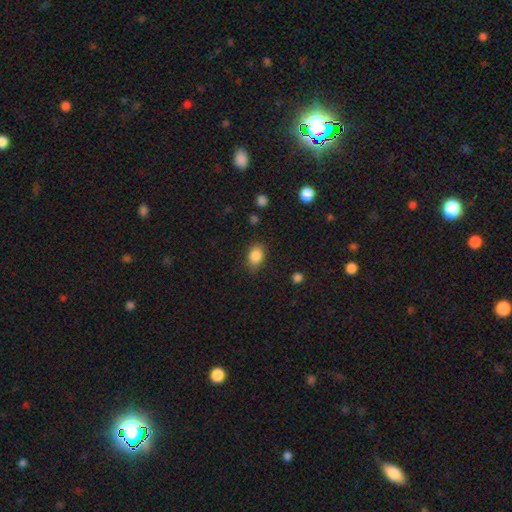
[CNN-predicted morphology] smooth_or_featured: smooth (p=0.85) [alt: star or artifact p=0.09]
how_rounded: in between (p=0.75) [alt: round p=0.24]
merging: none (p=0.78) [alt: minor disturbance p=0.16]